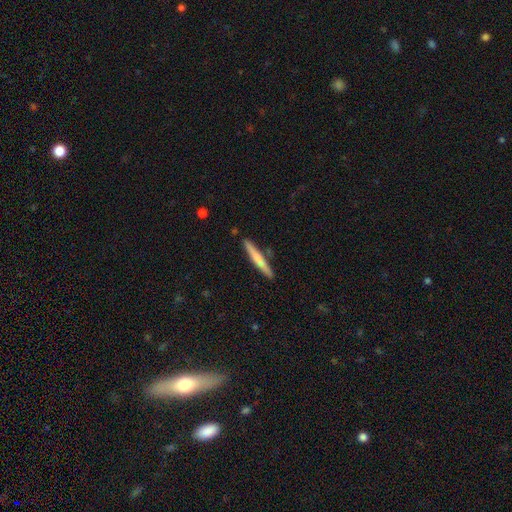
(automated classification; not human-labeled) Smooth or featured? smooth (55%)
How rounded? cigar-shaped (96%)
Merging? none (89%)